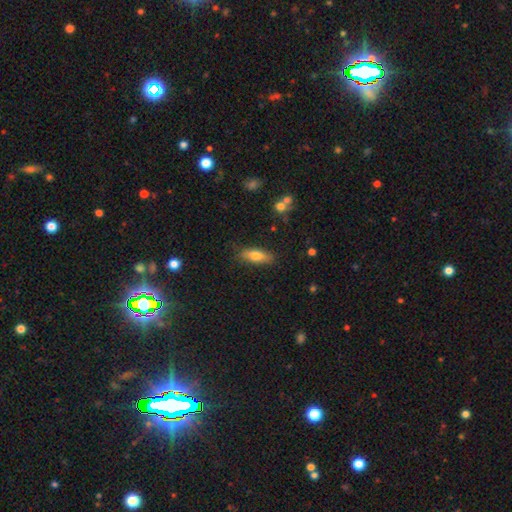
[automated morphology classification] Q: Smooth or featured?
A: smooth (73%); runner-up: featured or disk (20%)
Q: How rounded?
A: in between (58%); runner-up: cigar-shaped (39%)
Q: Merging?
A: none (83%); runner-up: minor disturbance (13%)